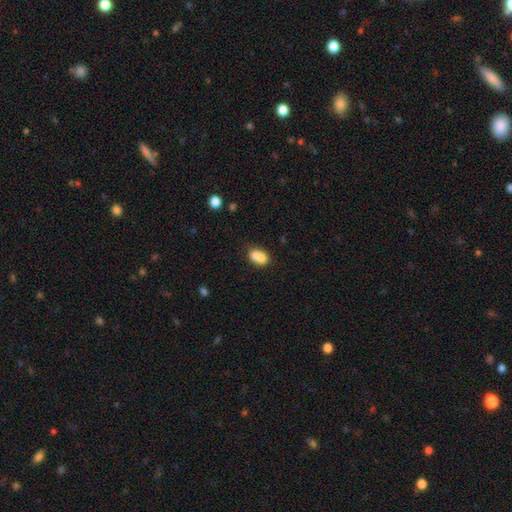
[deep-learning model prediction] This appears to be a smooth galaxy with no disk features (72%) that is in between round and cigar-shaped (58%). Merging: merger (61%).